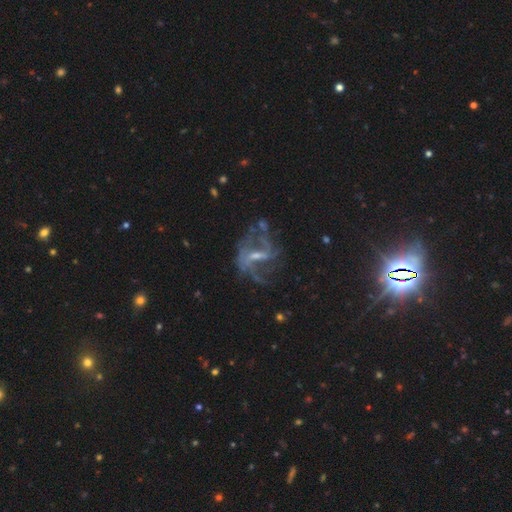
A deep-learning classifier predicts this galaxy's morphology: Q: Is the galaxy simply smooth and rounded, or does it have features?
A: featured or disk — 71%.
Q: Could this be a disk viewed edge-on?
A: no — 94%.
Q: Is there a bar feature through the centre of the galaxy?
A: weak — 43%.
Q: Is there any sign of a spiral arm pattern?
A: yes — 76%.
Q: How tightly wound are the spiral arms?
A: loose — 47%.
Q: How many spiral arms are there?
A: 2 — 48%.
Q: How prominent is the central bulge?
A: small — 55%.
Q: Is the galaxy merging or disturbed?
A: none — 48%.